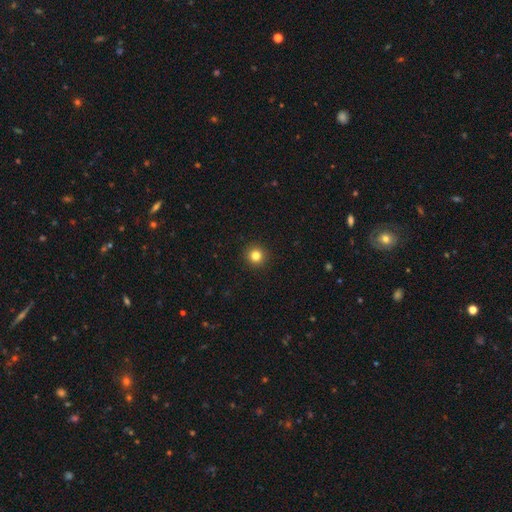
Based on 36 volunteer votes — This is likely a smooth galaxy (78%). How rounded: clearly round (93%). Merging: clearly none (88%).